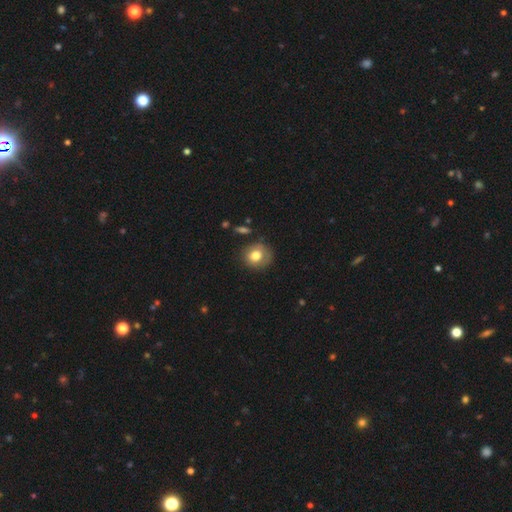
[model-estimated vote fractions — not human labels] A smooth galaxy with no disk features (75%) that is round (79%).

Vote fractions:
- Smooth or featured? smooth: 75% / featured or disk: 17% / star or artifact: 8%
- How rounded? round: 79% / in between: 21% / cigar-shaped: 1%
- Merging? none: 73% / minor disturbance: 19% / major disturbance: 6% / merger: 3%